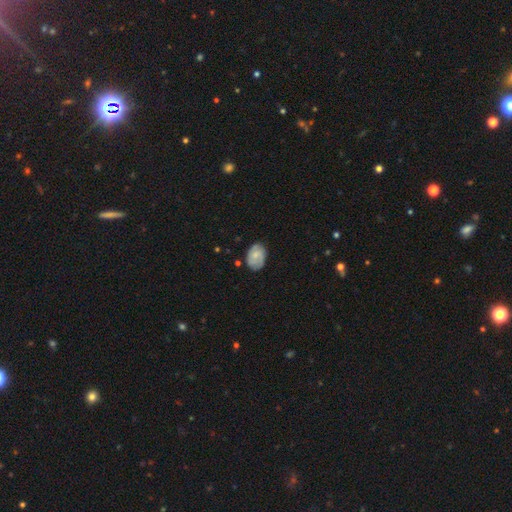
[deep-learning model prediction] A smooth galaxy with no disk features (65%) that is in between round and cigar-shaped (80%). Merging: none (72%).